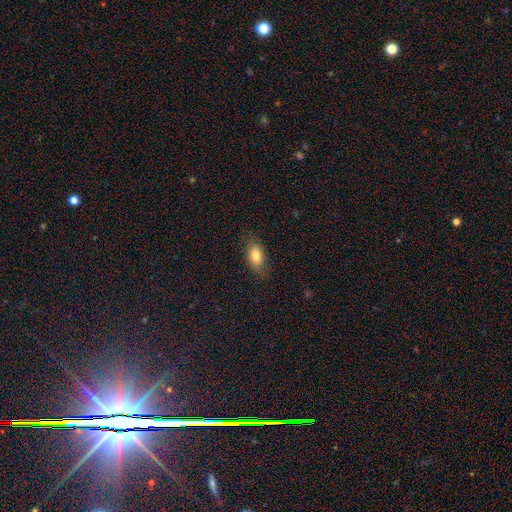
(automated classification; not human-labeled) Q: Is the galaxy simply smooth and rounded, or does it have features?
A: smooth — 80%.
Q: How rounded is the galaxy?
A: in between — 88%.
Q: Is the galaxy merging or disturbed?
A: none — 79%.